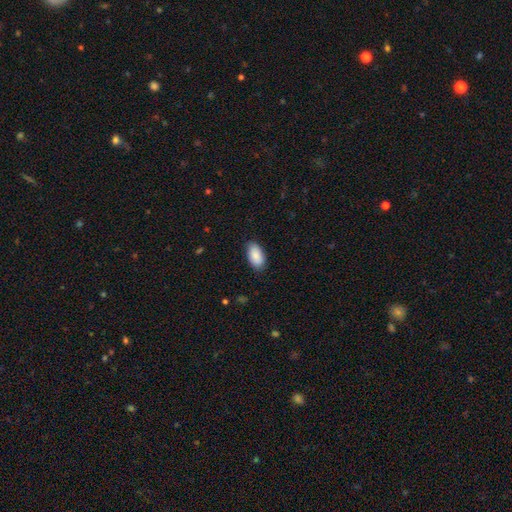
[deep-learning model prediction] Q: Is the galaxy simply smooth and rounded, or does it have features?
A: smooth — 88%.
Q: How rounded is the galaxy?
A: in between — 95%.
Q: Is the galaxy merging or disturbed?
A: none — 82%.